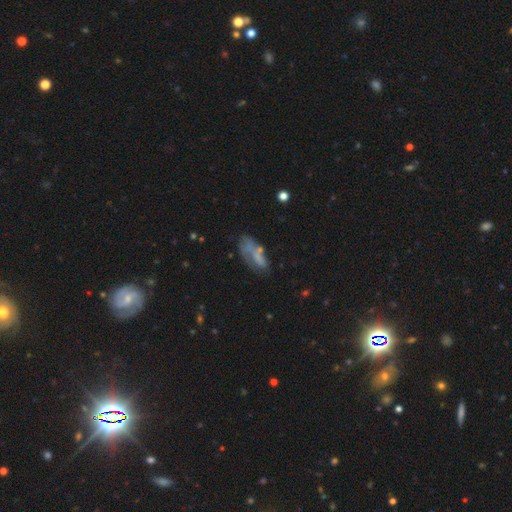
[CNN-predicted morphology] type=smooth (48%); merging=none (39%).